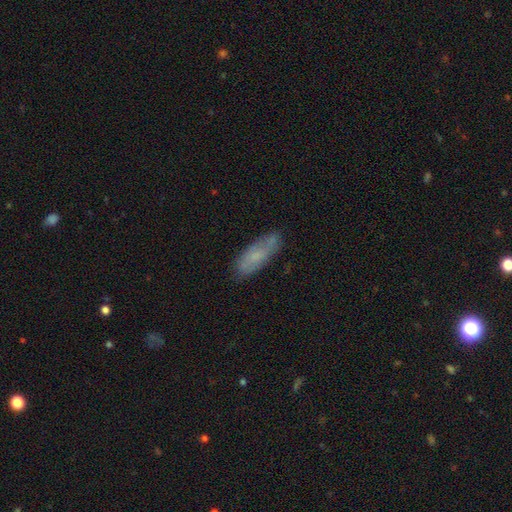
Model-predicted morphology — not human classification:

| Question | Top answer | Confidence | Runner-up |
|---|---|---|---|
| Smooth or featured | smooth | 61% | featured or disk (31%) |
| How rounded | in between | 61% | cigar-shaped (36%) |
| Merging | none | 73% | minor disturbance (20%) |